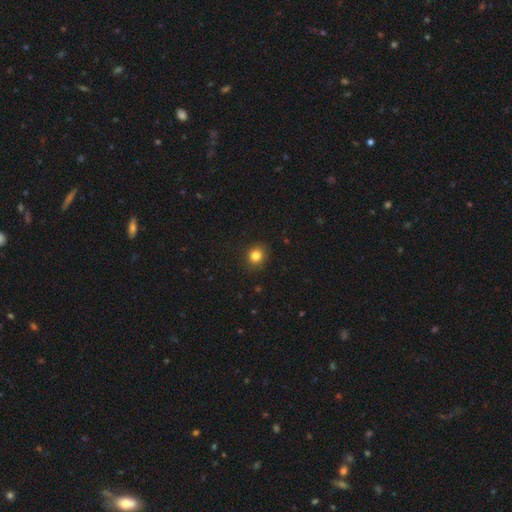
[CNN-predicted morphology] smooth-or-featured: smooth: 83% | star or artifact: 12% | featured or disk: 5%
  how-rounded: round: 83% | in between: 16% | cigar-shaped: 1%
  merging: none: 88% | minor disturbance: 9% | major disturbance: 2% | merger: 1%